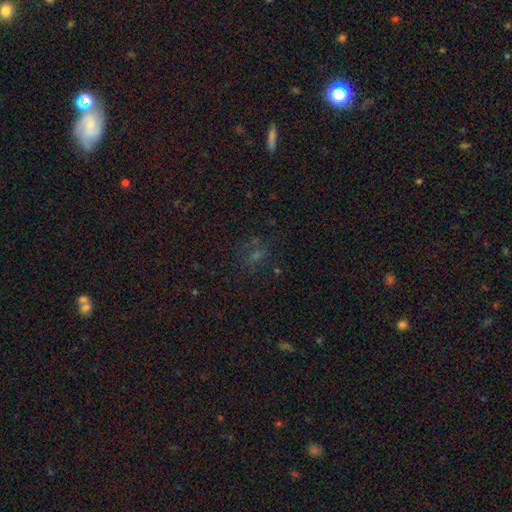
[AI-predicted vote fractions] This appears to be a star or artifact, not a galaxy (50%).